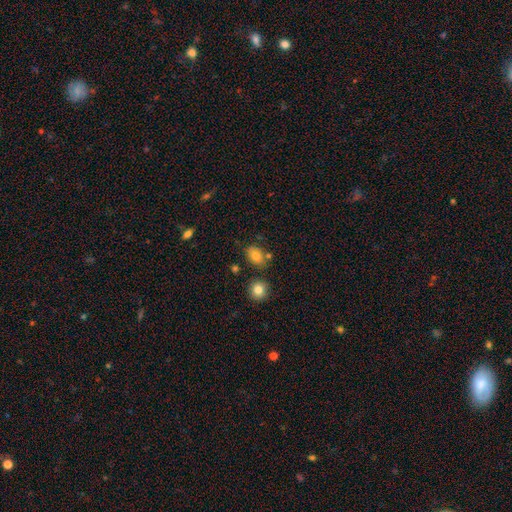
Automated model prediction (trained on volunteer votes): A smooth galaxy with no disk features (80%) that is in between round and cigar-shaped (72%).

Vote fractions:
- Smooth or featured? smooth: 80% / star or artifact: 10% / featured or disk: 10%
- How rounded? in between: 72% / round: 27% / cigar-shaped: 1%
- Merging? none: 73% / minor disturbance: 14% / merger: 9% / major disturbance: 4%